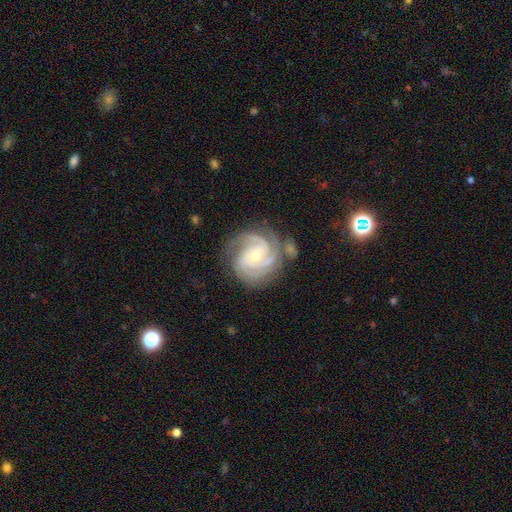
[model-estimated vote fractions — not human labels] featured or disk 91%, smooth 5%, star or artifact 5%. Down the decision tree: edge-on disk — no (98%); bar — no (62%); spiral arms — yes (98%); spiral arm count — 3 (47%); spiral winding — tight (73%); bulge size — small (58%); merging — none (73%).